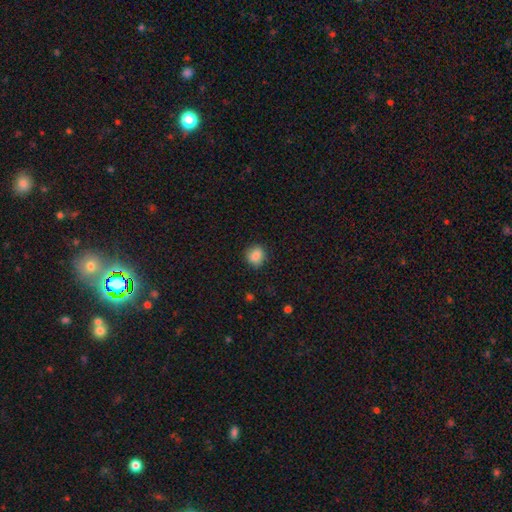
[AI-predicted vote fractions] smooth_or_featured: smooth (p=0.86) [alt: star or artifact p=0.09]
how_rounded: round (p=0.73) [alt: in between p=0.26]
merging: none (p=0.86) [alt: minor disturbance p=0.10]